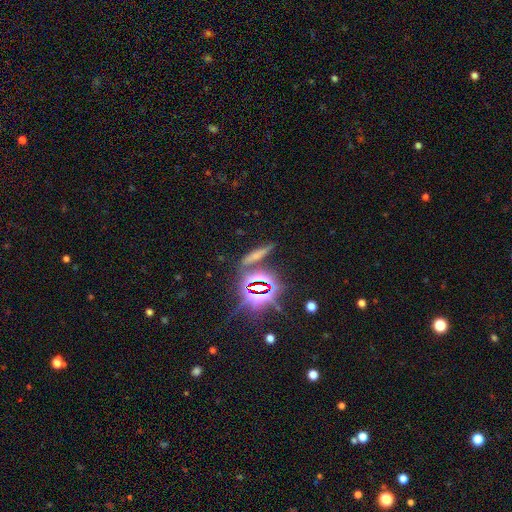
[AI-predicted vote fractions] Smooth or featured: smooth — 45% (star or artifact — 35%)
Merging: none — 74% (minor disturbance — 13%)